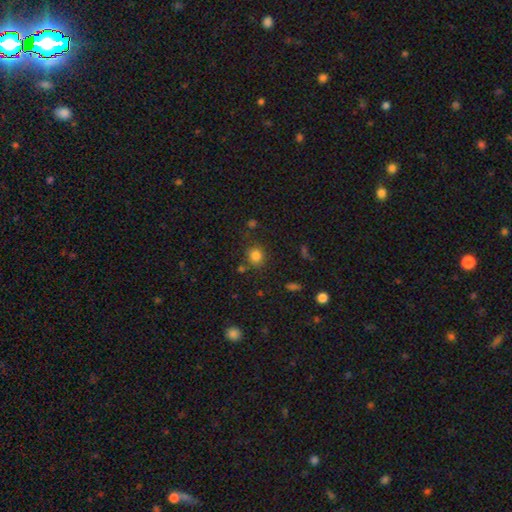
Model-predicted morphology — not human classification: smooth_or_featured: smooth (p=0.82) [alt: star or artifact p=0.13]
how_rounded: round (p=0.80) [alt: in between p=0.19]
merging: none (p=0.78) [alt: minor disturbance p=0.12]